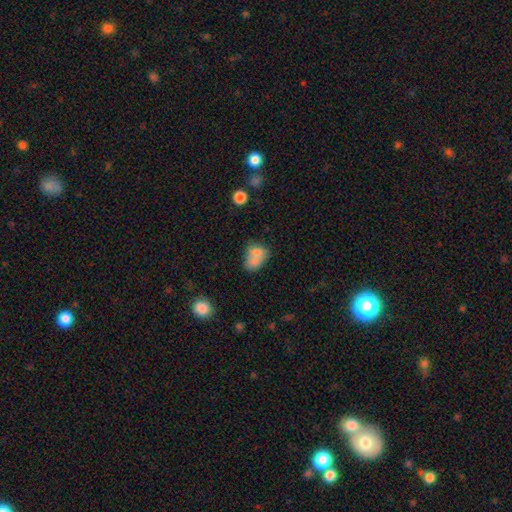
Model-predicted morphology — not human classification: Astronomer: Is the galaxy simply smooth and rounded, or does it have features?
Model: smooth — 73%.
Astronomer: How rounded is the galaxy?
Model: in between — 71%.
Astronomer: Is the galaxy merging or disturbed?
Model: merger — 50% (runner-up: none, 29%).